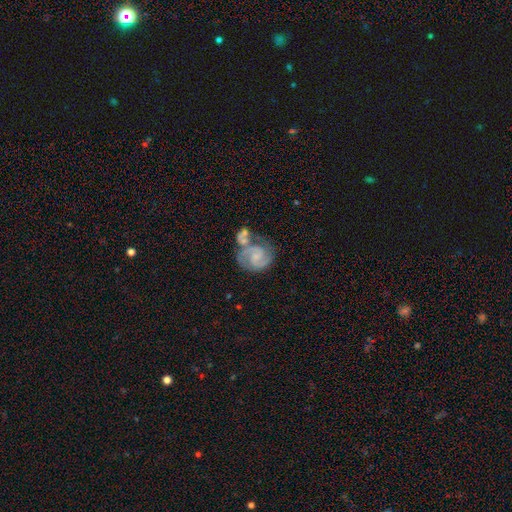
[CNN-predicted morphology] Q: Smooth or featured?
A: featured or disk (82%); runner-up: smooth (12%)
Q: Edge-on disk?
A: no (98%); runner-up: yes (2%)
Q: Bar?
A: no (49%); runner-up: weak (42%)
Q: Spiral arms?
A: yes (95%); runner-up: no (5%)
Q: Spiral winding?
A: medium (50%); runner-up: tight (37%)
Q: Spiral arm count?
A: 2 (82%); runner-up: can't tell (6%)
Q: Bulge size?
A: small (46%); runner-up: none (30%)
Q: Merging?
A: merger (42%); runner-up: none (32%)